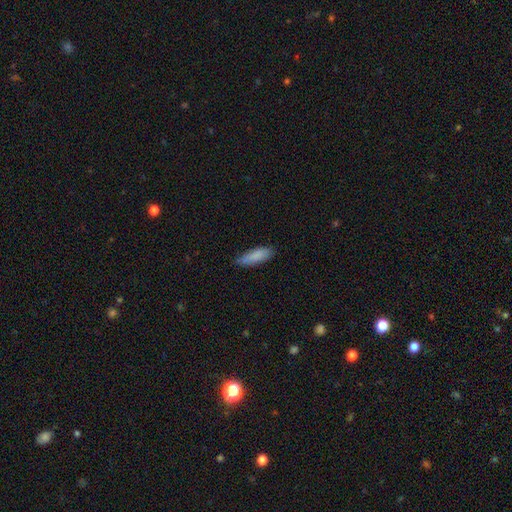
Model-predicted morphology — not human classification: A smooth galaxy with no disk features (86%) that is in between round and cigar-shaped (52%). Merging: none (73%).